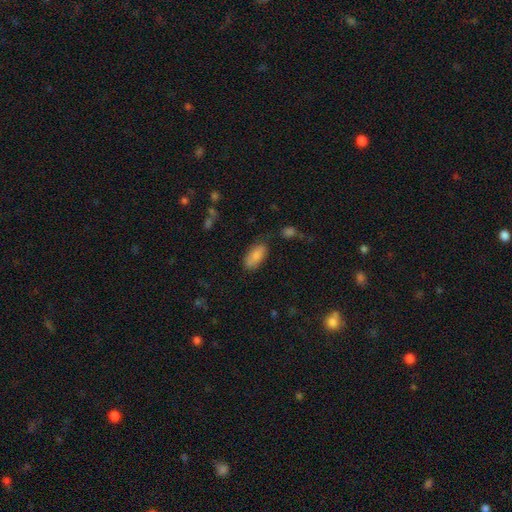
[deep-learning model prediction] Morphology: type=smooth (83%); roundness=in between (89%); merging=none (74%).